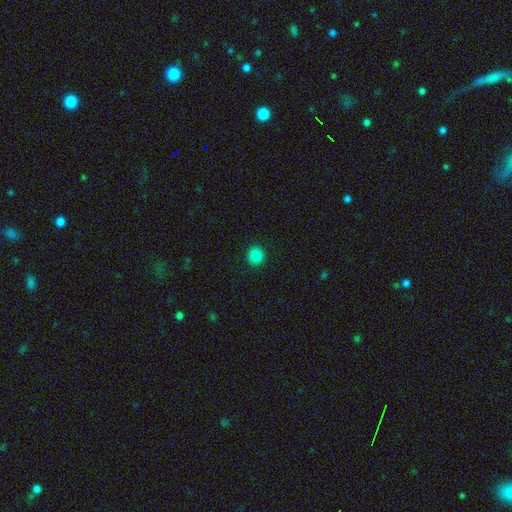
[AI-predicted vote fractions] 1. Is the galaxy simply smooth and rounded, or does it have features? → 85% smooth, 11% star or artifact, 3% featured or disk.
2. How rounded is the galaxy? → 90% round, 9% in between, 1% cigar-shaped.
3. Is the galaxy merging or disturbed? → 92% none, 5% minor disturbance, 2% major disturbance, 1% merger.